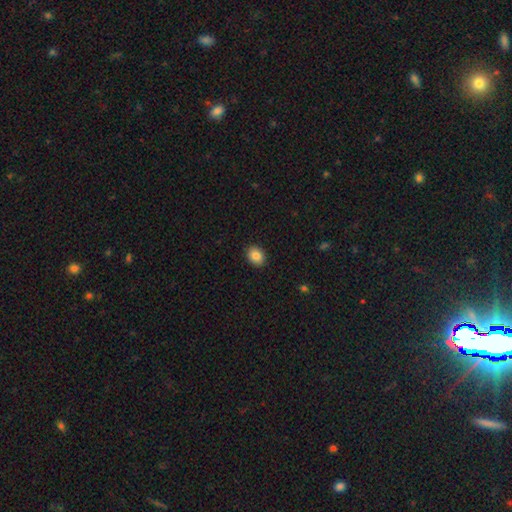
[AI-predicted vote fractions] A smooth galaxy with no disk features (86%) that is in between round and cigar-shaped (57%). Merging: none (90%).